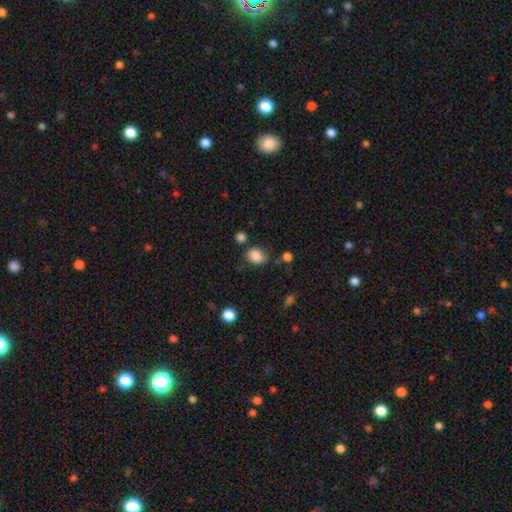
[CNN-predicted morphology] Smooth or featured? smooth (86%)
How rounded? round (55%)
Merging? none (70%)